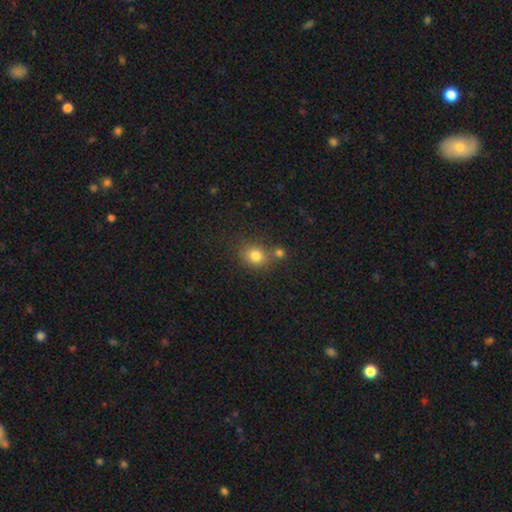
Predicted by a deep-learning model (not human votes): Smooth or featured? Predicted: smooth (p=0.80). How rounded? Predicted: round (p=0.69). Merging? Predicted: none (p=0.58).